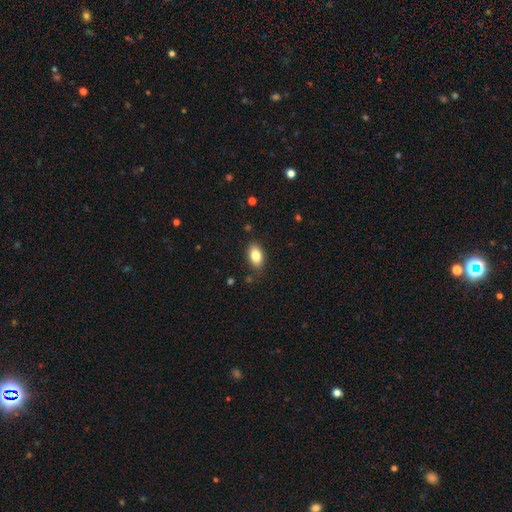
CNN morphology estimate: This is clearly a smooth galaxy (83%). How rounded: clearly in between (90%). Merging: clearly none (84%).